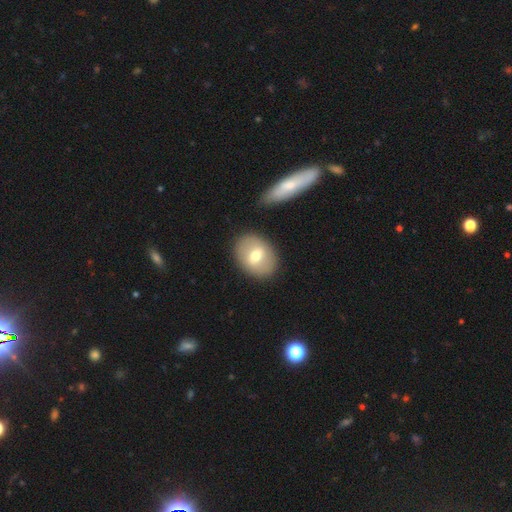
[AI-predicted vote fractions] smooth_or_featured: smooth (p=0.59) [alt: featured or disk p=0.34]
how_rounded: in between (p=0.64) [alt: round p=0.35]
merging: none (p=0.83) [alt: minor disturbance p=0.10]